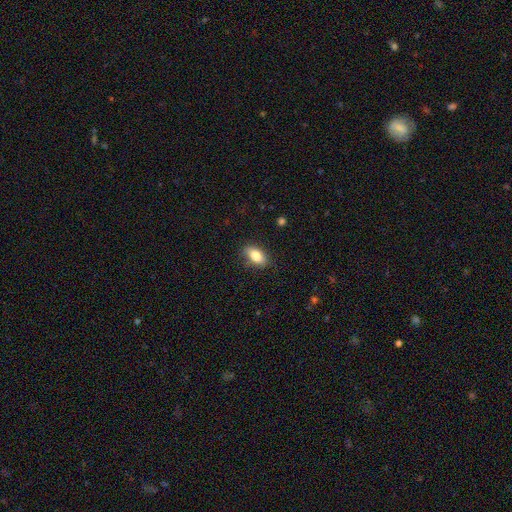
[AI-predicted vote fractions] This is clearly a smooth galaxy (82%). How rounded: clearly in between (89%). Merging: clearly none (85%).